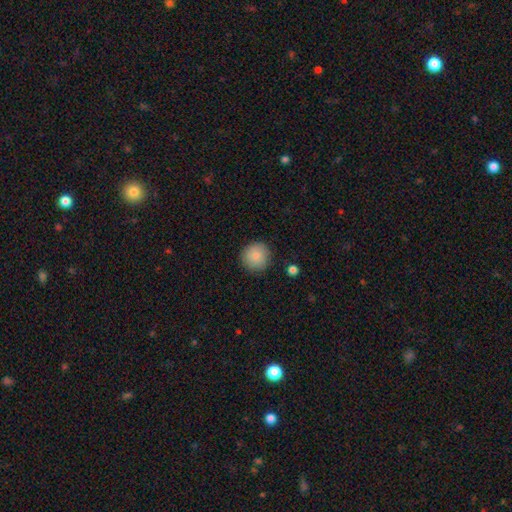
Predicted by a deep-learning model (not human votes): This is clearly a smooth galaxy (87%). How rounded: clearly round (94%). Merging: clearly none (88%).